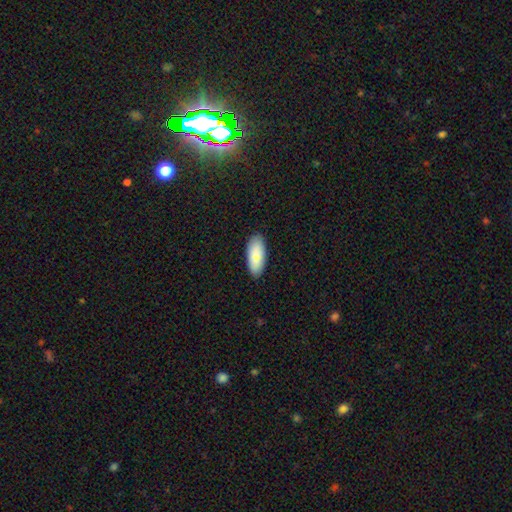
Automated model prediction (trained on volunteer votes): smooth 88%, featured or disk 6%, star or artifact 6%. Down the decision tree: how rounded — in between (87%); merging — none (89%).